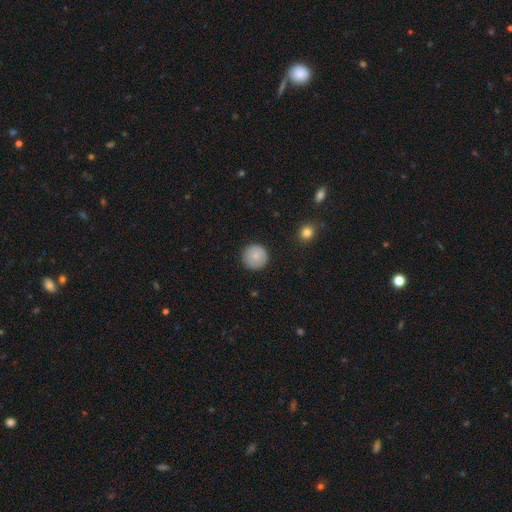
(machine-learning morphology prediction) Smooth or featured?
  - smooth: 82% *
  - featured or disk: 10%
  - star or artifact: 7%
How rounded?
  - round: 96% *
  - in between: 3%
  - cigar-shaped: 1%
Merging?
  - none: 91% *
  - minor disturbance: 6%
  - major disturbance: 2%
  - merger: 1%